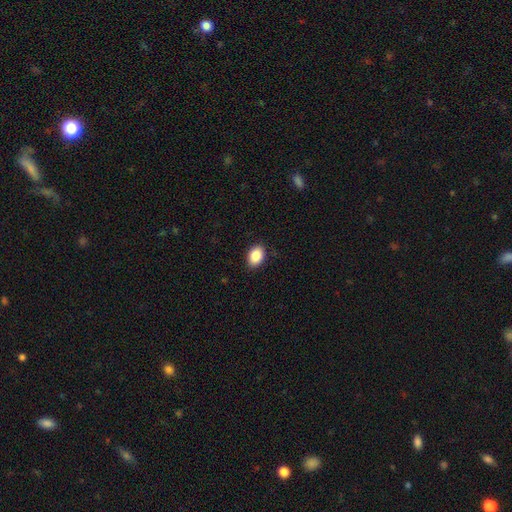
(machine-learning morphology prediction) Q: Smooth or featured?
A: smooth (88%); runner-up: star or artifact (8%)
Q: How rounded?
A: in between (81%); runner-up: round (17%)
Q: Merging?
A: none (87%); runner-up: minor disturbance (10%)